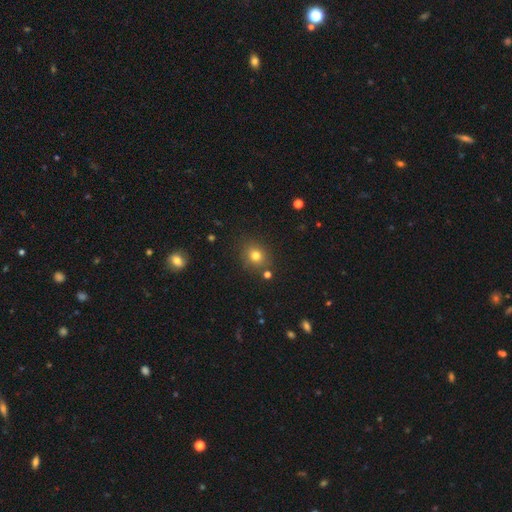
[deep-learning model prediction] Smooth or featured? smooth (76%)
How rounded? round (73%)
Merging? none (82%)